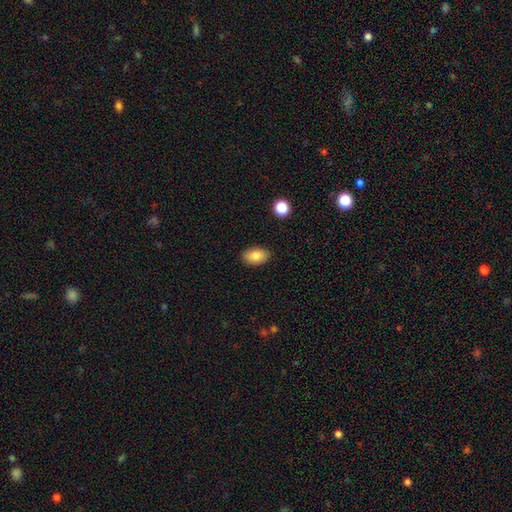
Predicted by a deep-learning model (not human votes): This is clearly a smooth galaxy (84%). How rounded: clearly in between (90%). Merging: clearly none (88%).